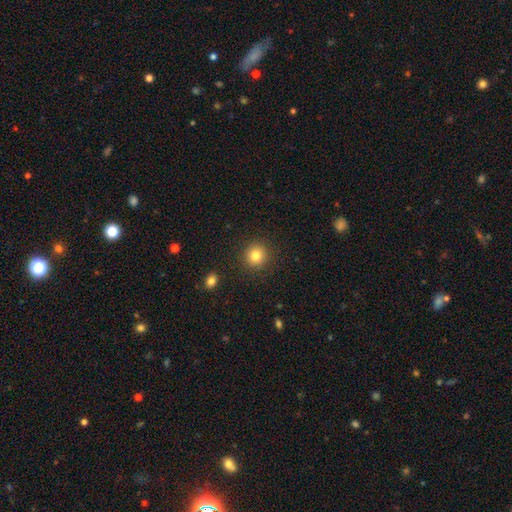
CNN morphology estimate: A smooth galaxy with no disk features (82%) that is round (92%).

Vote fractions:
- Smooth or featured? smooth: 82% / star or artifact: 11% / featured or disk: 7%
- How rounded? round: 92% / in between: 7% / cigar-shaped: 1%
- Merging? none: 90% / minor disturbance: 6% / major disturbance: 2% / merger: 1%